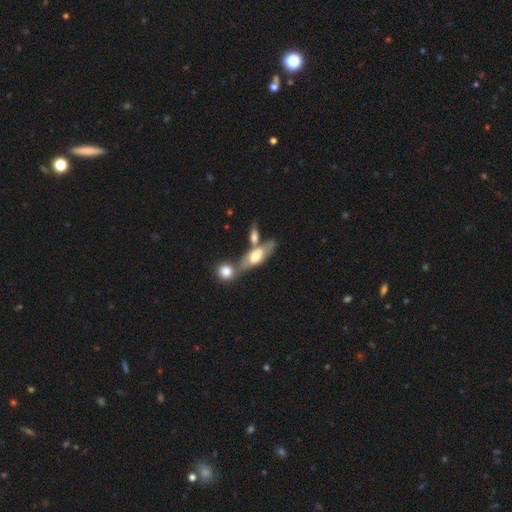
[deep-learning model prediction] Smooth or featured? featured or disk (47%)
Merging? none (42%)